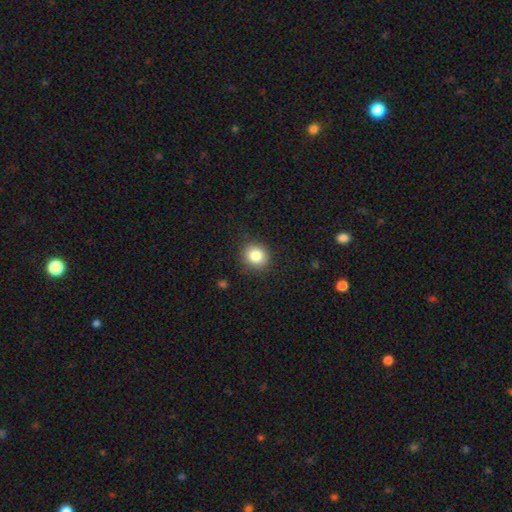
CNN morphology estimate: Q: Smooth or featured?
A: smooth (85%); runner-up: star or artifact (10%)
Q: How rounded?
A: round (78%); runner-up: in between (21%)
Q: Merging?
A: none (87%); runner-up: minor disturbance (9%)